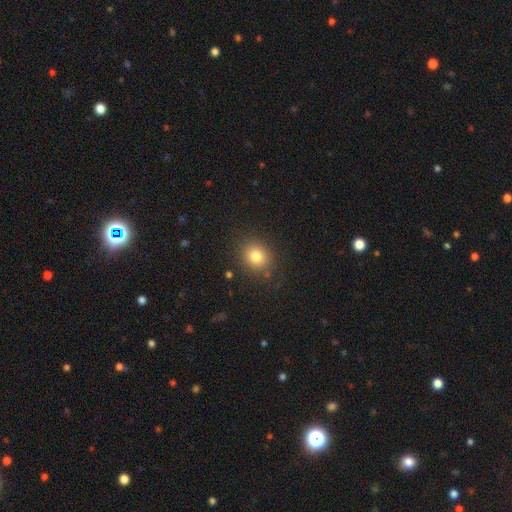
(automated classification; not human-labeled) A smooth galaxy with no disk features (80%) that is round (71%).

Vote fractions:
- Smooth or featured? smooth: 80% / star or artifact: 12% / featured or disk: 8%
- How rounded? round: 71% / in between: 28% / cigar-shaped: 1%
- Merging? none: 85% / minor disturbance: 10% / major disturbance: 3% / merger: 2%